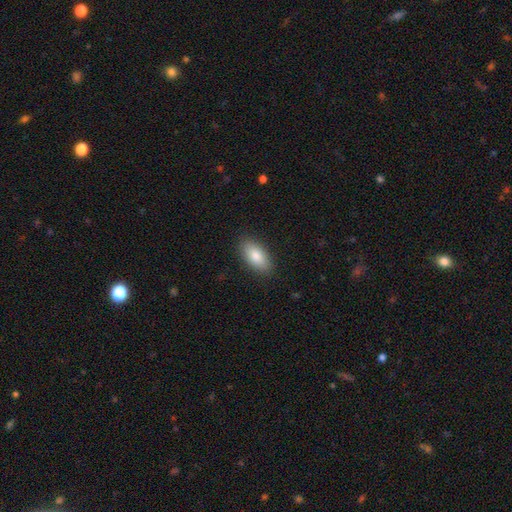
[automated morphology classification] Smooth or featured?
  - smooth: 84% *
  - featured or disk: 10%
  - star or artifact: 6%
How rounded?
  - in between: 90% *
  - cigar-shaped: 7%
  - round: 3%
Merging?
  - none: 88% *
  - minor disturbance: 9%
  - major disturbance: 2%
  - merger: 1%